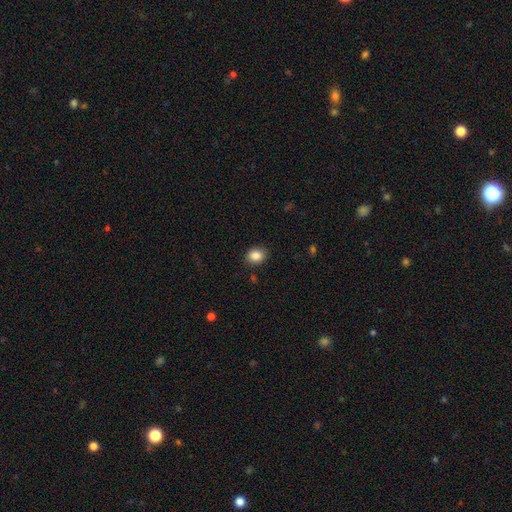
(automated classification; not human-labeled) smooth 86%, star or artifact 9%, featured or disk 5%. Down the decision tree: how rounded — round (50%); merging — none (87%).